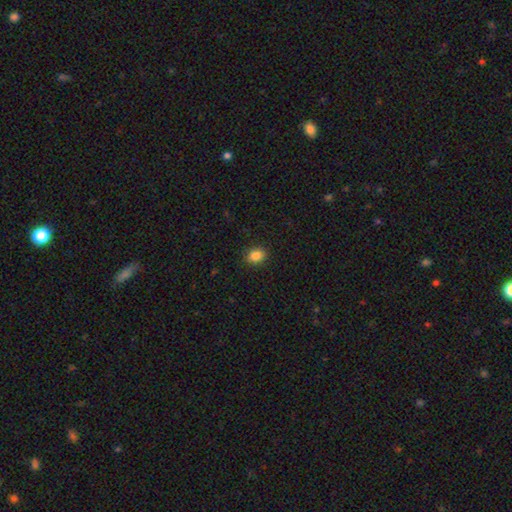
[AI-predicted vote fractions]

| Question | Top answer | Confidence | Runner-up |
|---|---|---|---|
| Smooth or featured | smooth | 86% | star or artifact (10%) |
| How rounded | in between | 60% | round (39%) |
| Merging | none | 89% | minor disturbance (8%) |